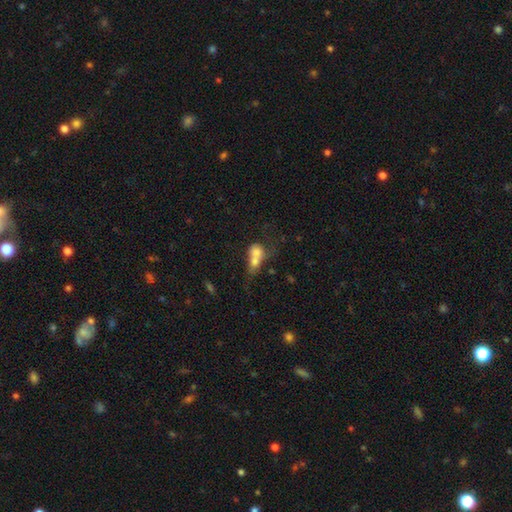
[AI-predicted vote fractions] smooth 67%, featured or disk 23%, star or artifact 10%. Down the decision tree: how rounded — in between (51%); merging — merger (74%).